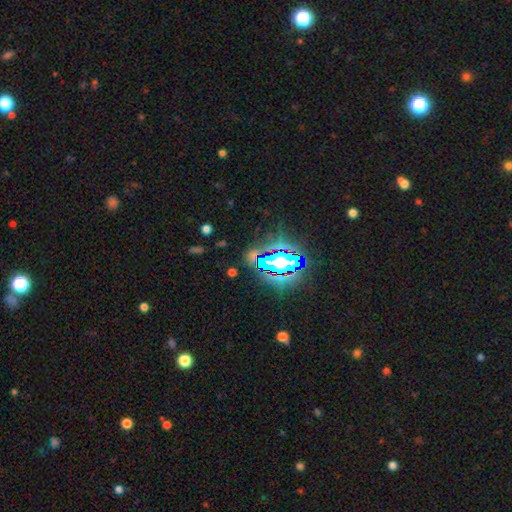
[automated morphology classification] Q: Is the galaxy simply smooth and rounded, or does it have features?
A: star or artifact — 72%.